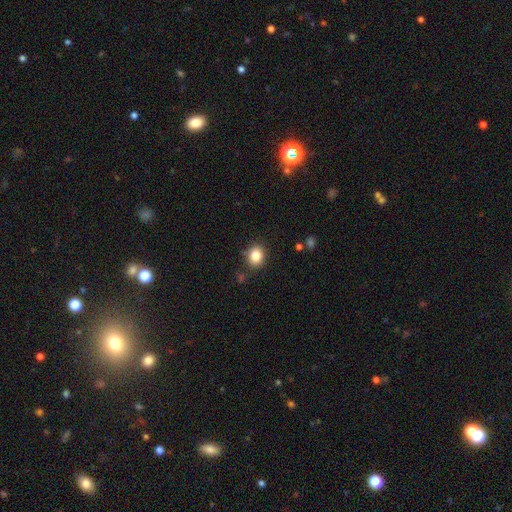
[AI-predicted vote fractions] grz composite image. It shows a smooth galaxy with no disk features (84%) that is round (63%). Merging: none (84%).